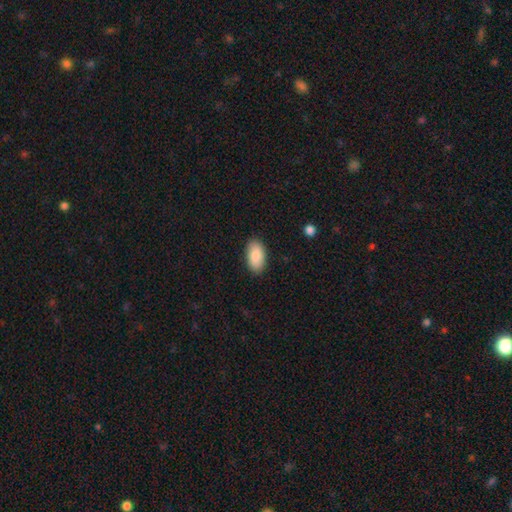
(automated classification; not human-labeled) Overall: smooth (87%). How rounded: in between (95%). Merging: none (88%).